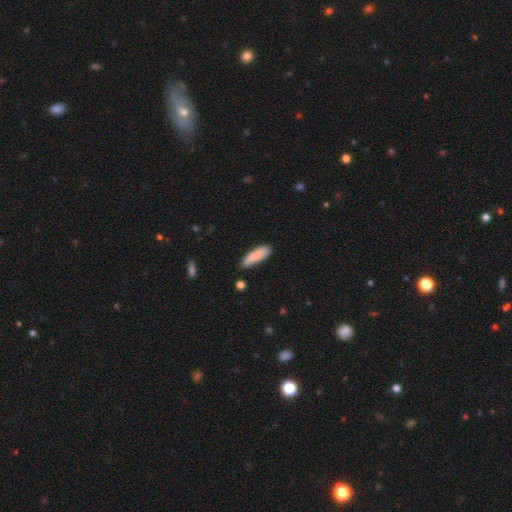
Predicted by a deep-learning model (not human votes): Smooth or featured?
  - smooth: 87% *
  - featured or disk: 7%
  - star or artifact: 6%
How rounded?
  - cigar-shaped: 54% *
  - in between: 44%
  - round: 1%
Merging?
  - none: 81% *
  - minor disturbance: 15%
  - major disturbance: 2%
  - merger: 2%